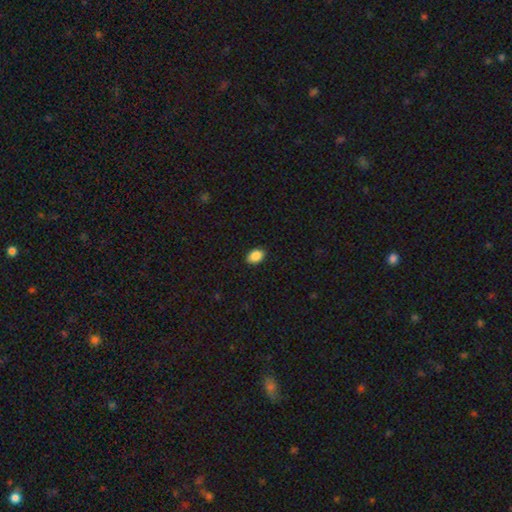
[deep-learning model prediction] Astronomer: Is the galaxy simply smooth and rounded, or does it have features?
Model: smooth — 89%.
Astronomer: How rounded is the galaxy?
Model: in between — 83%.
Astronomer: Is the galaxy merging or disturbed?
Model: none — 88%.